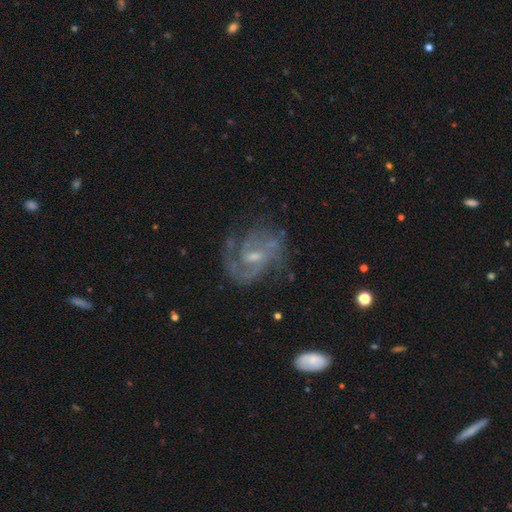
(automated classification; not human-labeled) smooth-or-featured: featured or disk: 84% | smooth: 8% | star or artifact: 8%
  disk-edge-on: no: 97% | yes: 3%
    bar: weak: 56% | no: 31% | strong: 13%
    has-spiral-arms: yes: 92% | no: 8%
      spiral-winding: medium: 49% | tight: 32% | loose: 19%
      spiral-arm-count: 2: 55% | can't tell: 20% | 3: 12% | 1: 7% | 4: 4% | more than 4: 3%
    bulge-size: small: 59% | moderate: 31% | none: 8% | large: 1% | dominant: 1%
  merging: none: 64% | minor disturbance: 19% | major disturbance: 15% | merger: 2%